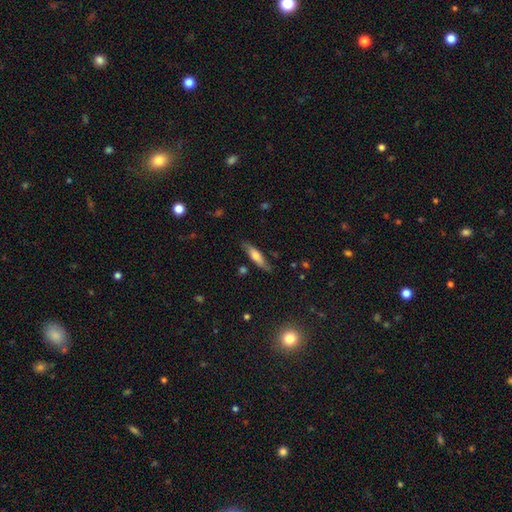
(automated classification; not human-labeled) A smooth galaxy with no disk features (59%) that is cigar-shaped (70%).

Vote fractions:
- Smooth or featured? smooth: 59% / featured or disk: 34% / star or artifact: 7%
- How rounded? cigar-shaped: 70% / in between: 28% / round: 2%
- Merging? none: 78% / minor disturbance: 17% / major disturbance: 3% / merger: 2%